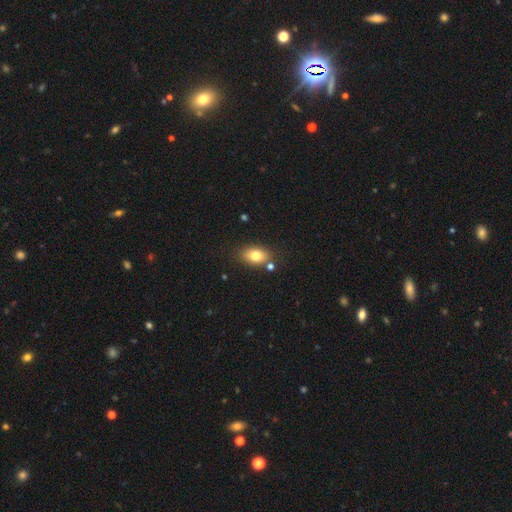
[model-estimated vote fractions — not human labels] Morphology: type=smooth (78%); roundness=in between (81%); merging=none (76%).